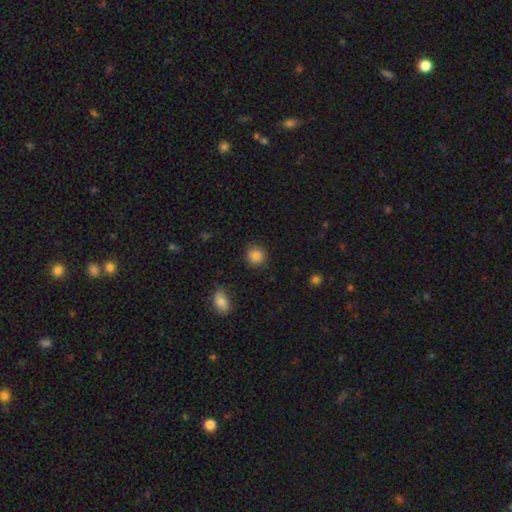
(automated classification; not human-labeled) Q: Smooth or featured?
A: smooth (87%); runner-up: star or artifact (10%)
Q: How rounded?
A: round (89%); runner-up: in between (10%)
Q: Merging?
A: none (89%); runner-up: minor disturbance (7%)